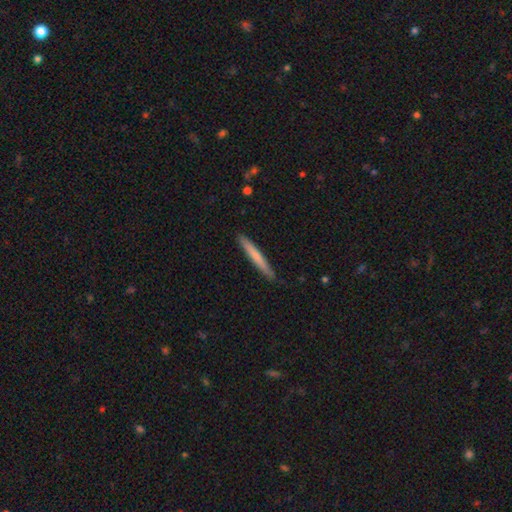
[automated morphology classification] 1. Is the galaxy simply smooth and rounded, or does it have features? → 68% smooth, 27% featured or disk, 5% star or artifact.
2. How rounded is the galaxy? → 96% cigar-shaped, 2% in between, 1% round.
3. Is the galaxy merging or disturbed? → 89% none, 9% minor disturbance, 1% major disturbance, 1% merger.